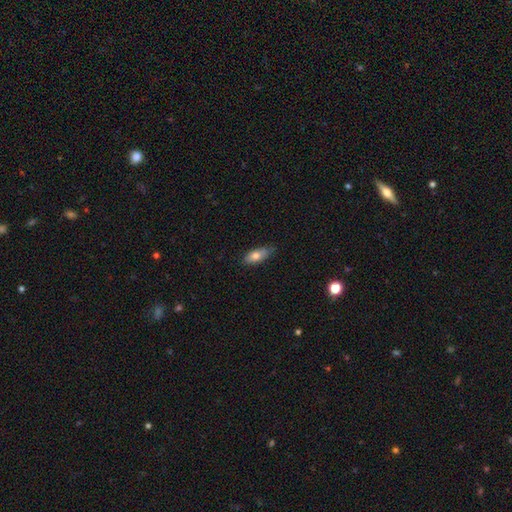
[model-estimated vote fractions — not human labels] smooth_or_featured: smooth (p=0.74) [alt: featured or disk p=0.19]
how_rounded: in between (p=0.78) [alt: cigar-shaped p=0.19]
merging: none (p=0.73) [alt: minor disturbance p=0.22]